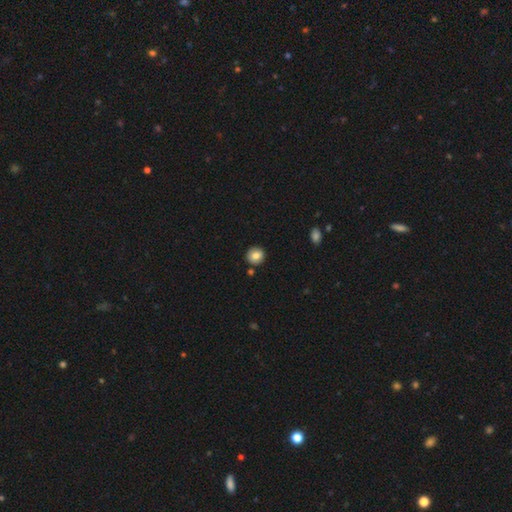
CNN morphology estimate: A smooth galaxy with no disk features (81%) that is round (87%). Merging: none (88%).